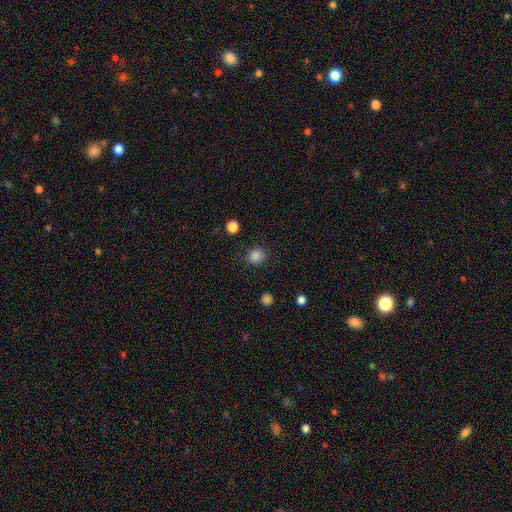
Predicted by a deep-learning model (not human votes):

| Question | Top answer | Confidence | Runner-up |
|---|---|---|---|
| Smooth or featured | smooth | 86% | star or artifact (11%) |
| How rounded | round | 73% | in between (26%) |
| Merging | none | 85% | minor disturbance (9%) |